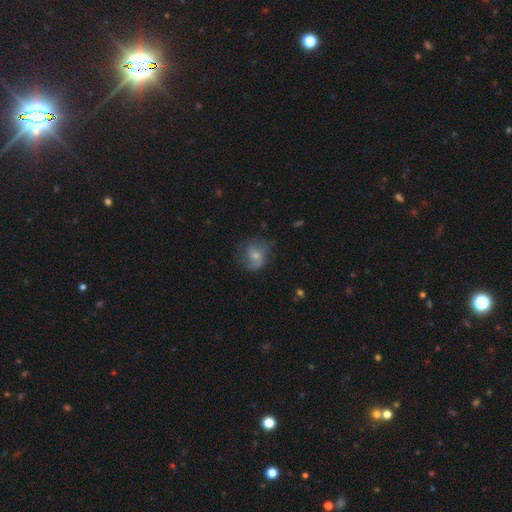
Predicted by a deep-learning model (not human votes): featured or disk 46%, smooth 45%, star or artifact 9%. Down the decision tree: merging — none (58%).